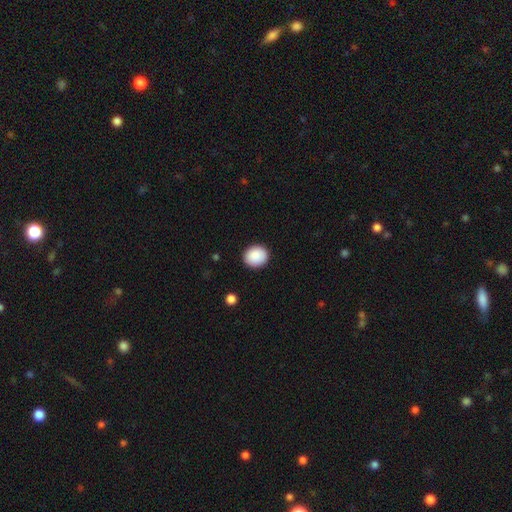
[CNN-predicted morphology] This is clearly a smooth galaxy (89%). How rounded: likely round (78%). Merging: clearly none (90%).